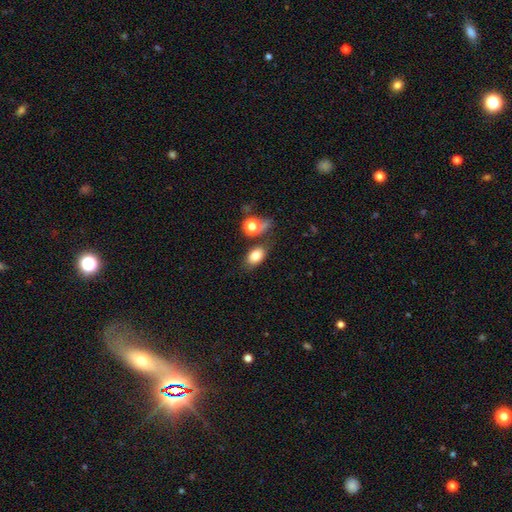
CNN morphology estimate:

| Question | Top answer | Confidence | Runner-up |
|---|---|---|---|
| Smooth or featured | smooth | 79% | star or artifact (11%) |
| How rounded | in between | 80% | round (18%) |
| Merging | none | 67% | minor disturbance (15%) |